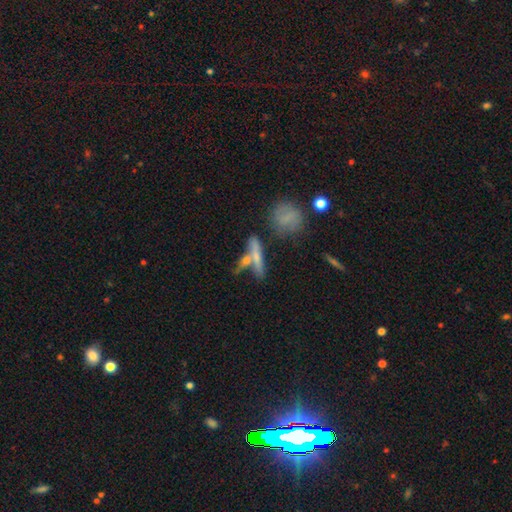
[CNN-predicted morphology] This is possibly a smooth galaxy (51%). How rounded: likely cigar-shaped (77%). Merging: possibly none (55%).